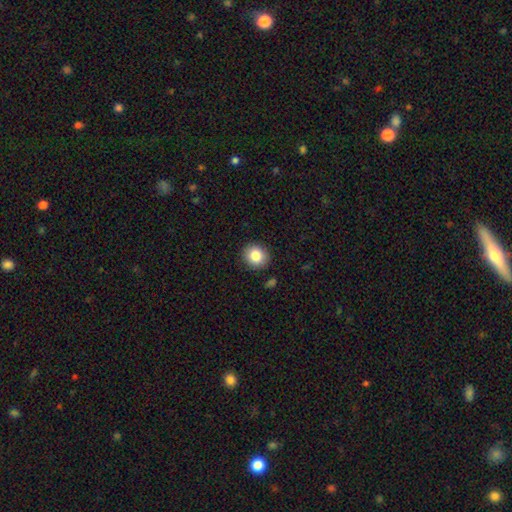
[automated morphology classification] Smooth or featured: smooth — 84% (star or artifact — 9%)
How rounded: round — 81% (in between — 18%)
Merging: none — 89% (minor disturbance — 7%)